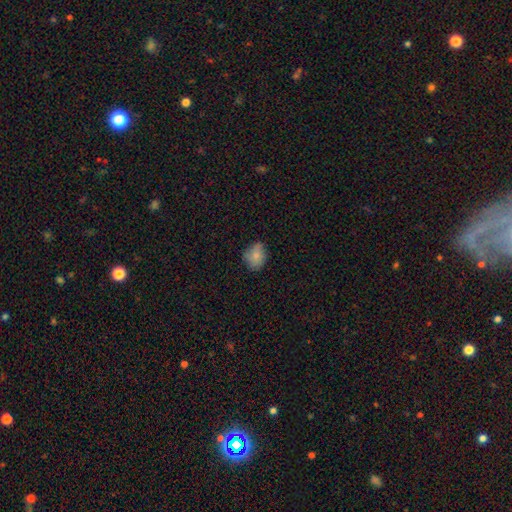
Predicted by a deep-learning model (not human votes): Smooth or featured? smooth (80%)
How rounded? in between (54%)
Merging? none (66%)